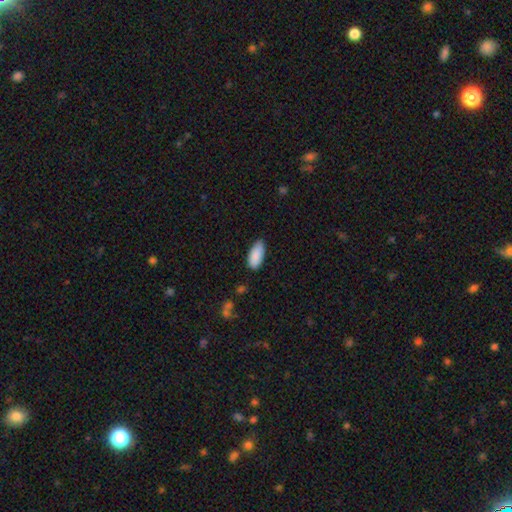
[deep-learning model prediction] This appears to be a smooth galaxy with no disk features (89%) that is in between round and cigar-shaped (89%). Merging: none (78%).